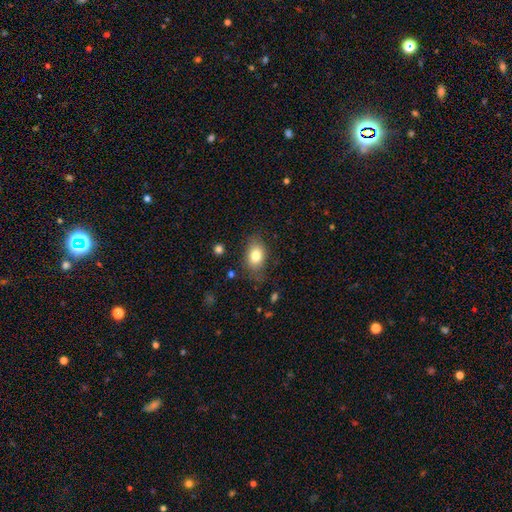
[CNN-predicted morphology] A smooth galaxy with no disk features (80%) that is in between round and cigar-shaped (77%).

Vote fractions:
- Smooth or featured? smooth: 80% / featured or disk: 11% / star or artifact: 9%
- How rounded? in between: 77% / round: 21% / cigar-shaped: 1%
- Merging? none: 74% / minor disturbance: 19% / major disturbance: 5% / merger: 2%